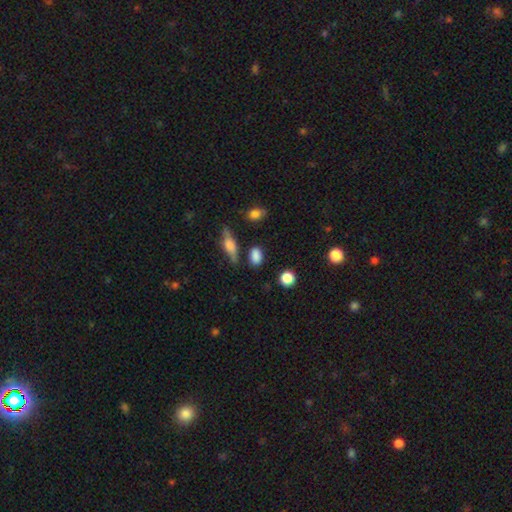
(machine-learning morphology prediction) Smooth or featured? Predicted: smooth (p=0.81). How rounded? Predicted: in between (p=0.72). Merging? Predicted: none (p=0.75).